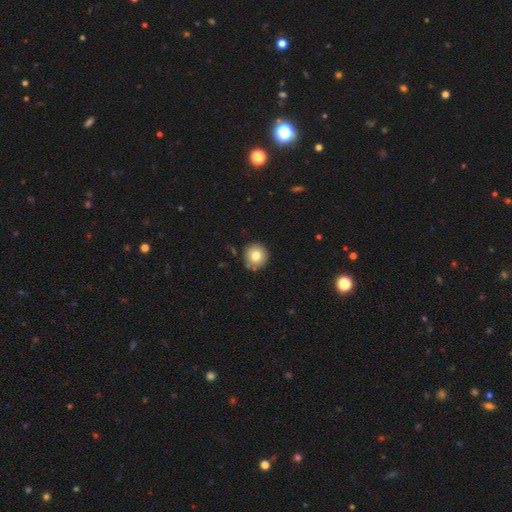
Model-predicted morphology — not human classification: smooth 78%, featured or disk 12%, star or artifact 10%. Down the decision tree: how rounded — round (94%); merging — none (87%).